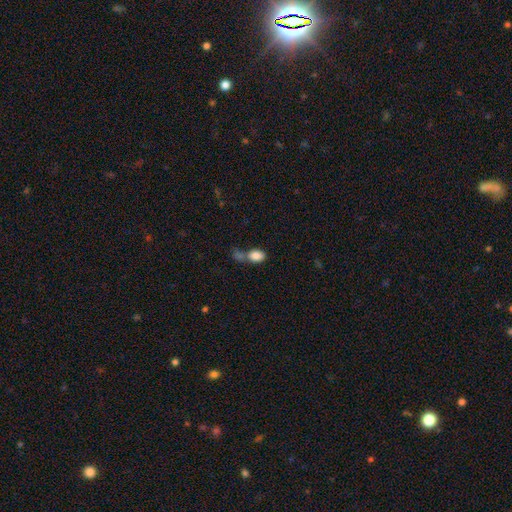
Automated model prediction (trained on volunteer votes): Overall: smooth (85%). How rounded: in between (84%). Merging: merger (44%; none 34%).